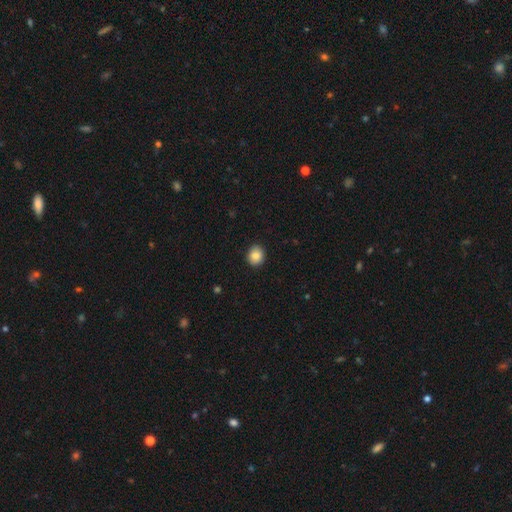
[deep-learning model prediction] Overall: smooth (85%). How rounded: round (73%). Merging: none (91%).